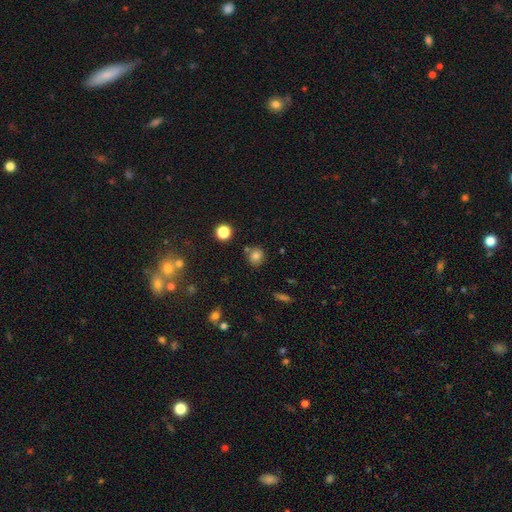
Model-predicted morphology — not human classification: Smooth or featured? smooth (78%)
How rounded? round (82%)
Merging? none (77%)